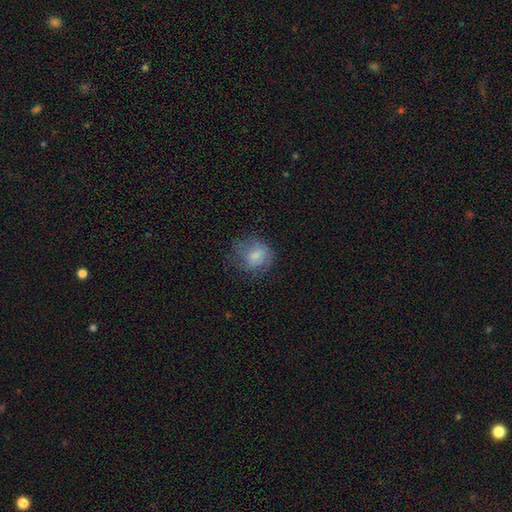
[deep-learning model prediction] A smooth galaxy with no disk features (66%) that is round (70%). Merging: none (52%).